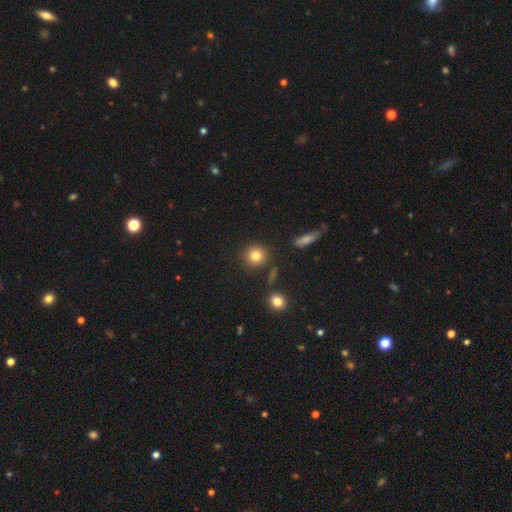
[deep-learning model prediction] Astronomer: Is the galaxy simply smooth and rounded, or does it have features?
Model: smooth — 81%.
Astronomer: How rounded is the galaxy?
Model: round — 90%.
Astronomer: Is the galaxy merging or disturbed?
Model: none — 85%.